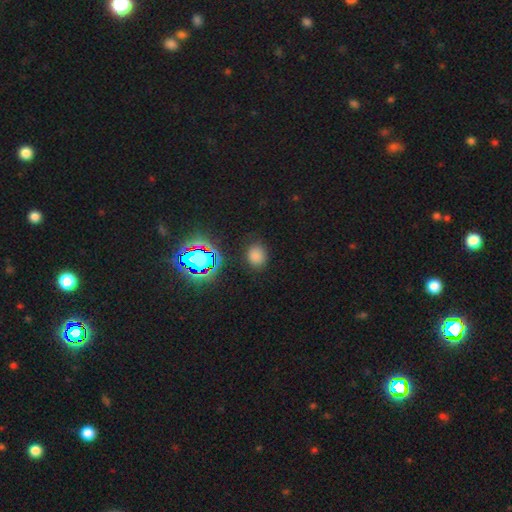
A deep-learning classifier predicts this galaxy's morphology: smooth_or_featured: smooth (p=0.72) [alt: star or artifact p=0.22]
how_rounded: round (p=0.58) [alt: in between p=0.41]
merging: none (p=0.84) [alt: minor disturbance p=0.11]